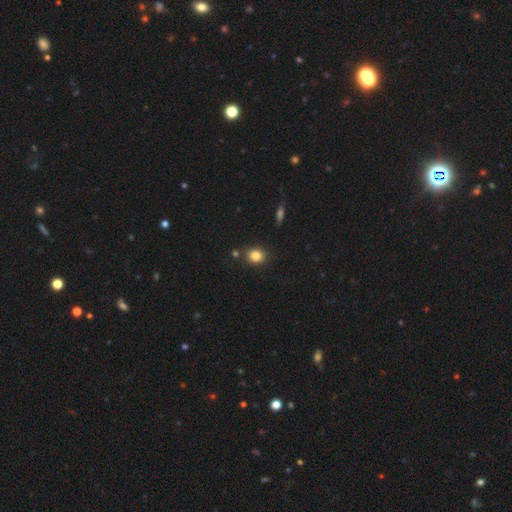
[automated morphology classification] type=smooth (83%); roundness=round (66%); merging=none (82%).